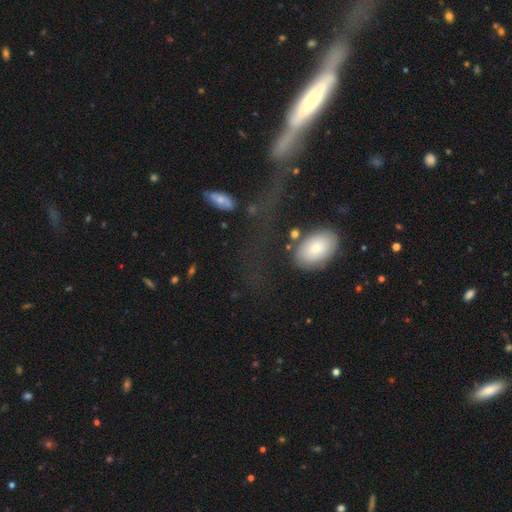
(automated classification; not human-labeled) A featured or disk galaxy (51%) viewed edge-on (52%). Merging: none (49%).